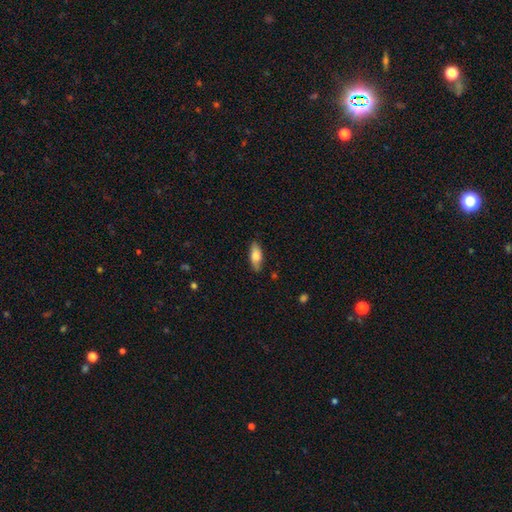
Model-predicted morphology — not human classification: smooth 73%, featured or disk 20%, star or artifact 6%. Down the decision tree: how rounded — in between (71%); merging — none (82%).